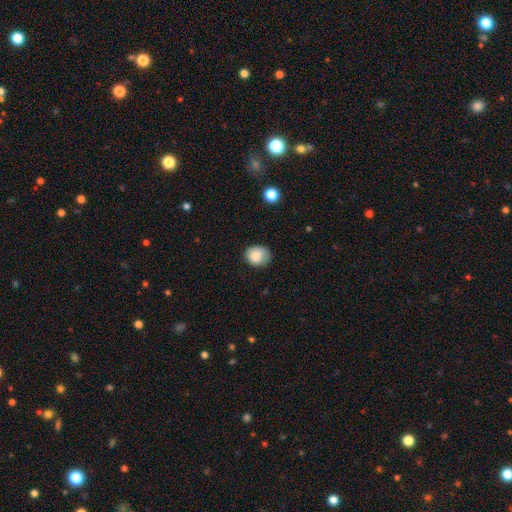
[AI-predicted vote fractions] Smooth or featured: smooth — 82% (featured or disk — 9%)
How rounded: round — 66% (in between — 33%)
Merging: none — 70% (minor disturbance — 24%)